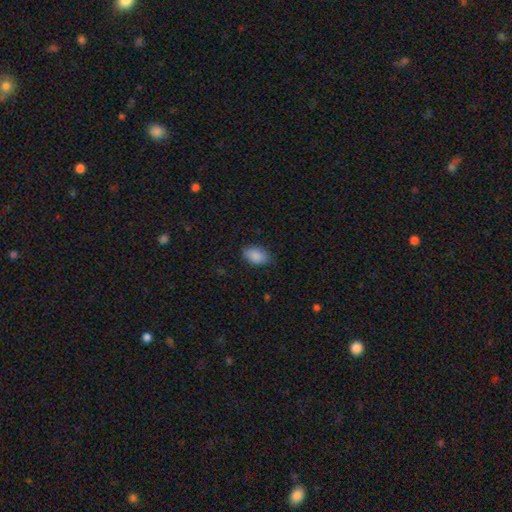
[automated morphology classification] Smooth or featured?
  - smooth: 89% *
  - star or artifact: 7%
  - featured or disk: 4%
How rounded?
  - in between: 92% *
  - round: 7%
  - cigar-shaped: 2%
Merging?
  - none: 83% *
  - minor disturbance: 14%
  - major disturbance: 3%
  - merger: 1%